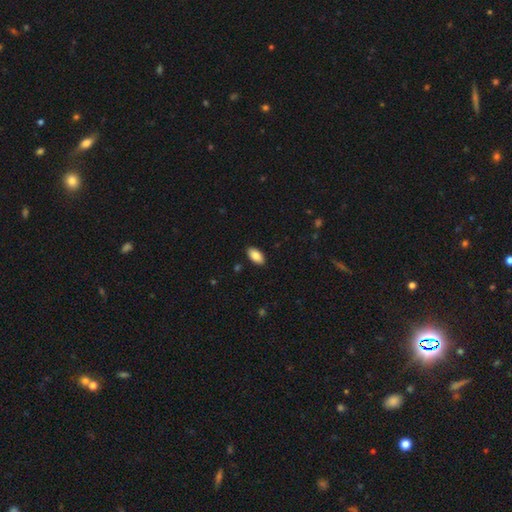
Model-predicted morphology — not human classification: Overall: smooth (86%). How rounded: in between (94%). Merging: none (89%).